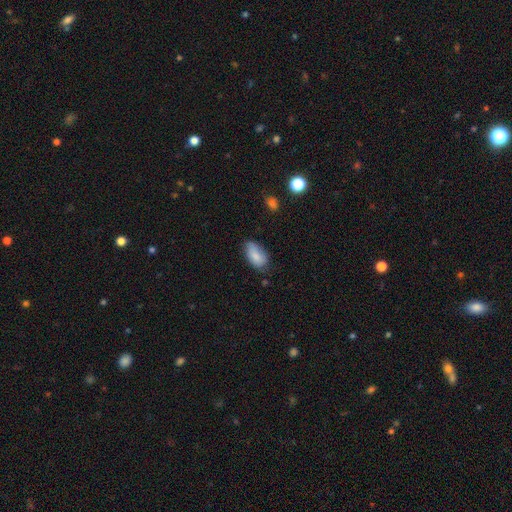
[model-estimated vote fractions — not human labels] Smooth or featured?
  - smooth: 83% *
  - featured or disk: 9%
  - star or artifact: 7%
How rounded?
  - in between: 94% *
  - round: 4%
  - cigar-shaped: 3%
Merging?
  - none: 62% *
  - minor disturbance: 29%
  - major disturbance: 6%
  - merger: 3%